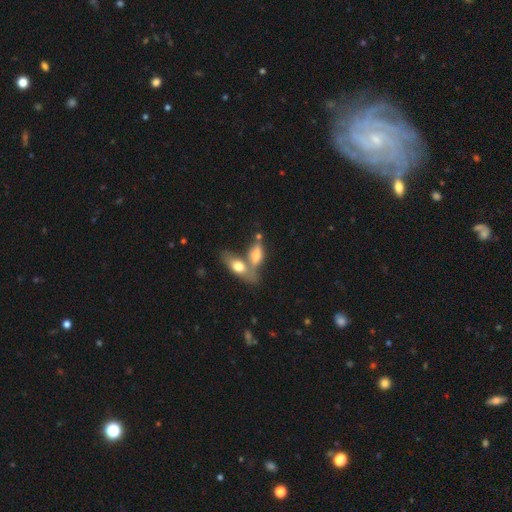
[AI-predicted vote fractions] smooth-or-featured: smooth: 64% | featured or disk: 28% | star or artifact: 8%
  how-rounded: in between: 73% | cigar-shaped: 23% | round: 4%
  merging: merger: 53% | none: 33% | minor disturbance: 10% | major disturbance: 5%